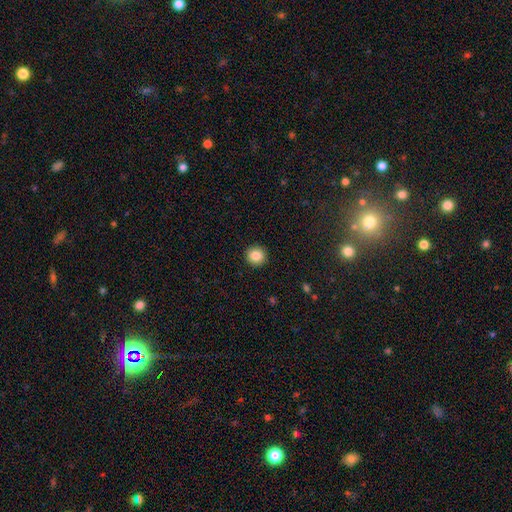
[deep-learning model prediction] Morphology: type=smooth (86%); roundness=round (93%); merging=none (93%).